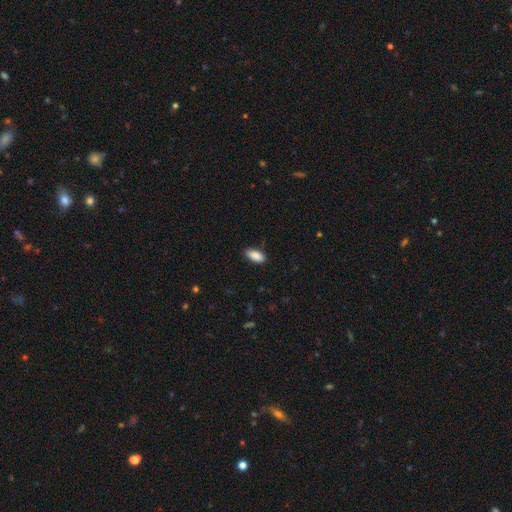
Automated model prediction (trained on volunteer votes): A smooth galaxy with no disk features (89%) that is in between round and cigar-shaped (88%). Merging: none (84%).